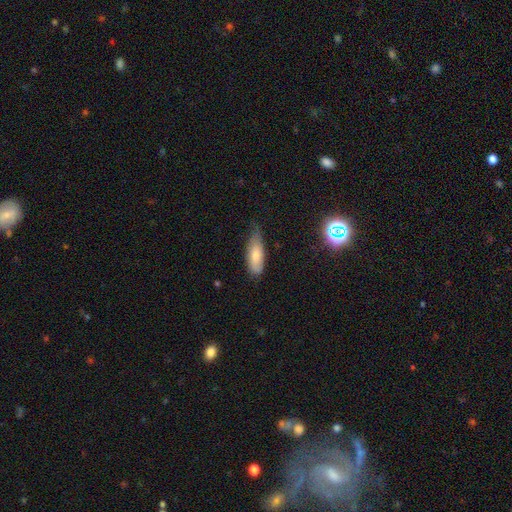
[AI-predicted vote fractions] Q: Smooth or featured?
A: smooth (76%); runner-up: featured or disk (17%)
Q: How rounded?
A: in between (69%); runner-up: cigar-shaped (29%)
Q: Merging?
A: none (45%); runner-up: minor disturbance (43%)